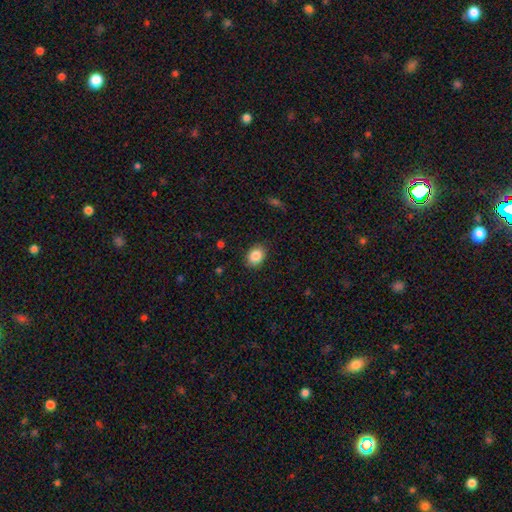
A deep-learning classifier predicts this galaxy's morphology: A smooth galaxy with no disk features (87%) that is in between round and cigar-shaped (63%). Merging: none (86%).